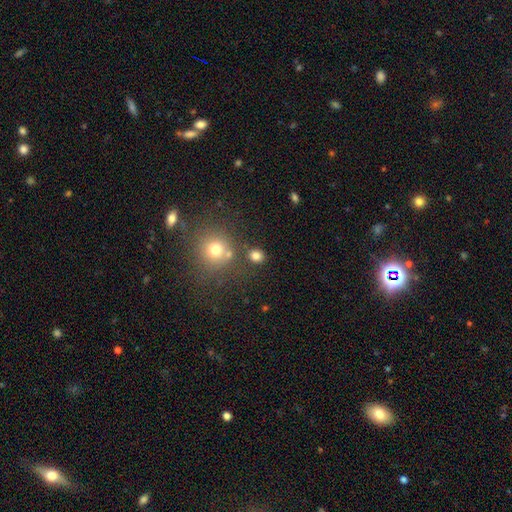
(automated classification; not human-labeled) Morphology: type=smooth (80%); roundness=round (69%); merging=none (78%).